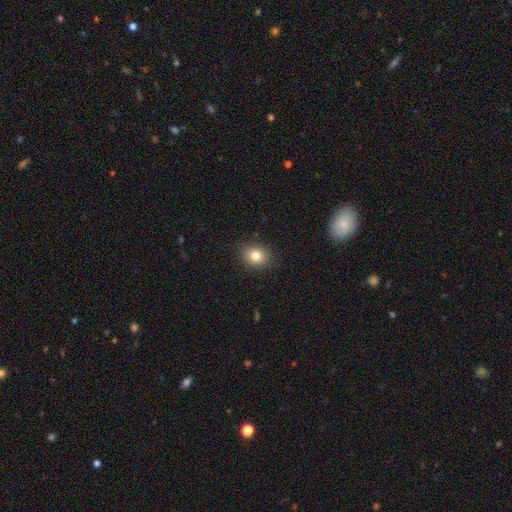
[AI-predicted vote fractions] Morphology: type=smooth (82%); roundness=round (63%); merging=none (89%).